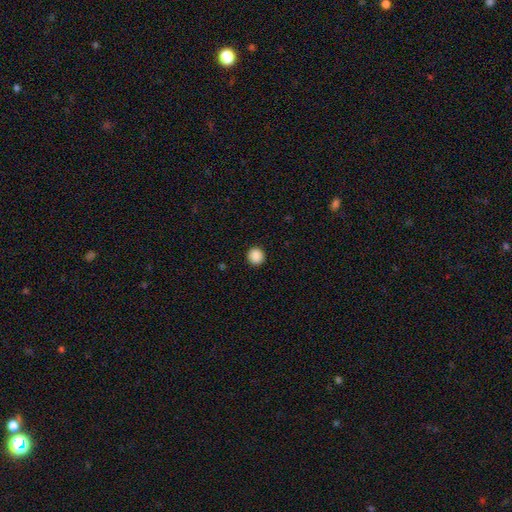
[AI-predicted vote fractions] smooth-or-featured: smooth: 89% | star or artifact: 9% | featured or disk: 2%
  how-rounded: round: 92% | in between: 7% | cigar-shaped: 1%
  merging: none: 93% | minor disturbance: 5% | major disturbance: 2% | merger: 1%